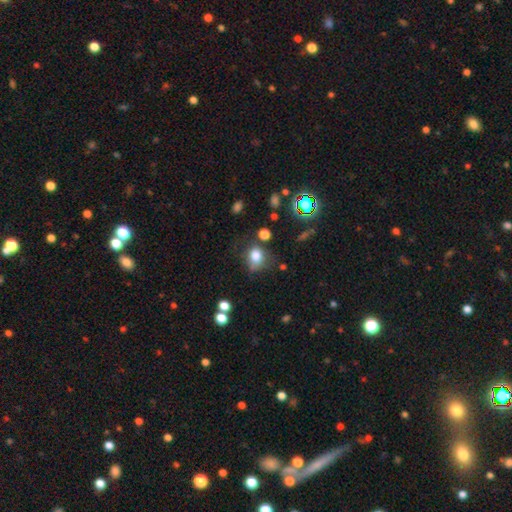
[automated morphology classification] smooth_or_featured: smooth (p=0.77) [alt: star or artifact p=0.13]
how_rounded: round (p=0.60) [alt: in between p=0.39]
merging: none (p=0.49) [alt: minor disturbance p=0.29]